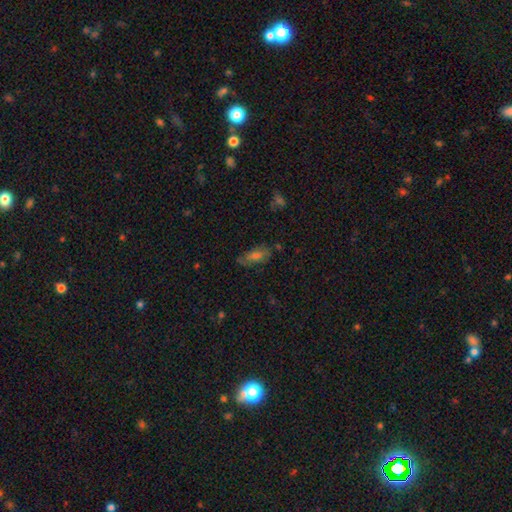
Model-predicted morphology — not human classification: The model was most divided on "smooth or featured": smooth: 53%, featured or disk: 29%, star or artifact: 19%. More confident: how rounded — in between (79%); merging — none (69%).